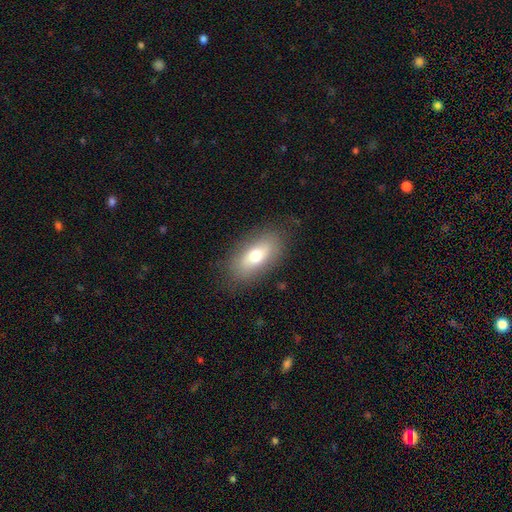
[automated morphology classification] Overall: smooth (68%). How rounded: in between (87%). Merging: none (83%).